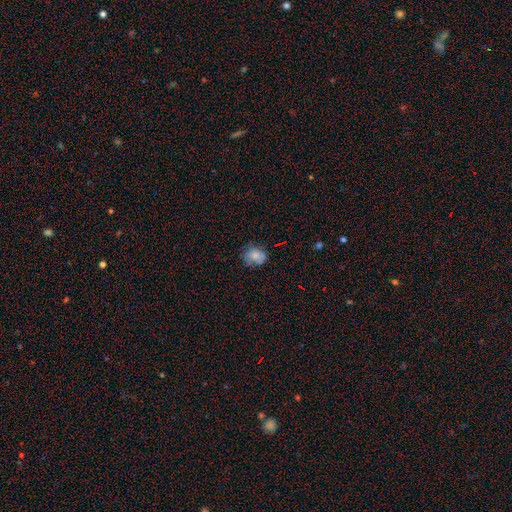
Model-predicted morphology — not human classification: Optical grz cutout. It shows a smooth galaxy with no disk features (75%) that is round (59%). Merging: none (66%).